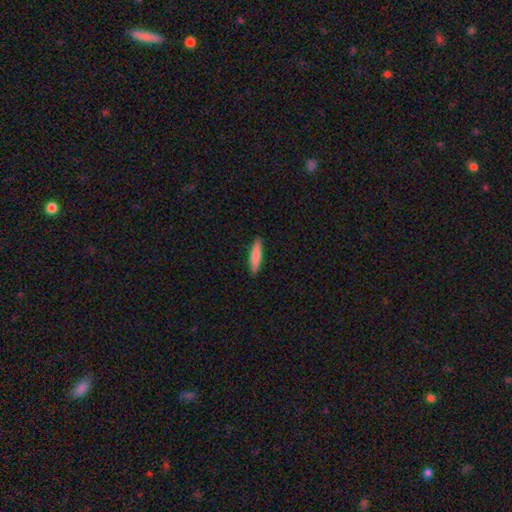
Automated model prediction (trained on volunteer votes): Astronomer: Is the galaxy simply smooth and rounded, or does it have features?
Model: smooth — 79%.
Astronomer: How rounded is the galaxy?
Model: cigar-shaped — 83%.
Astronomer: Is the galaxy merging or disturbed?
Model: none — 90%.